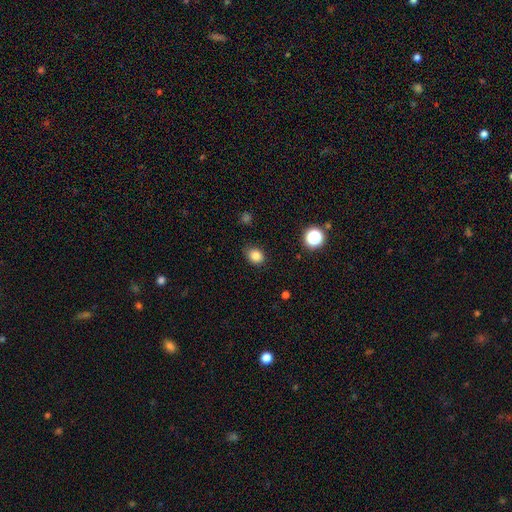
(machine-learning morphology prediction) This is clearly a smooth galaxy (83%). How rounded: possibly round (52%). Merging: clearly none (82%).